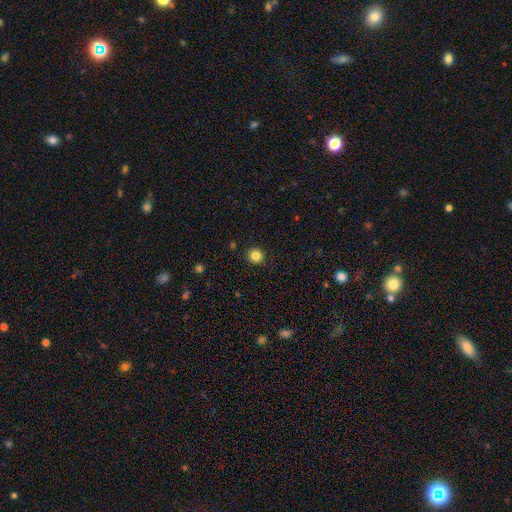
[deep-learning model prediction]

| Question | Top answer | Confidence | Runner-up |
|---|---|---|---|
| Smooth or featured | smooth | 84% | star or artifact (12%) |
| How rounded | round | 93% | in between (6%) |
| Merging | none | 92% | minor disturbance (5%) |